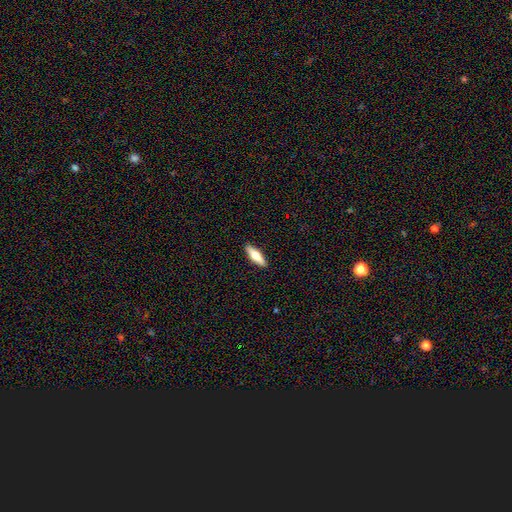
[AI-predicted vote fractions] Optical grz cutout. It shows a smooth galaxy with no disk features (58%) that is cigar-shaped (60%). Merging: none (91%).